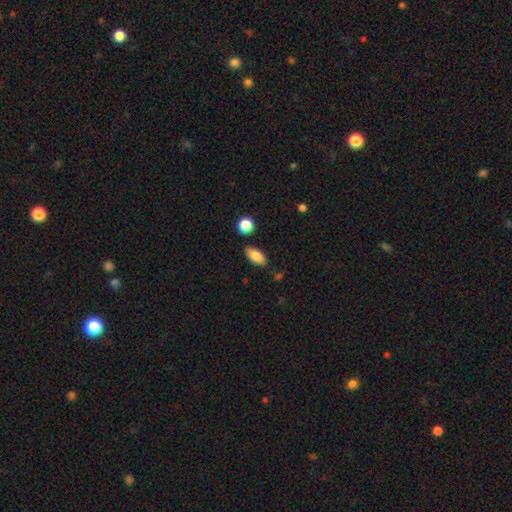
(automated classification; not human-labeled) Smooth or featured? smooth (82%)
How rounded? in between (89%)
Merging? none (84%)